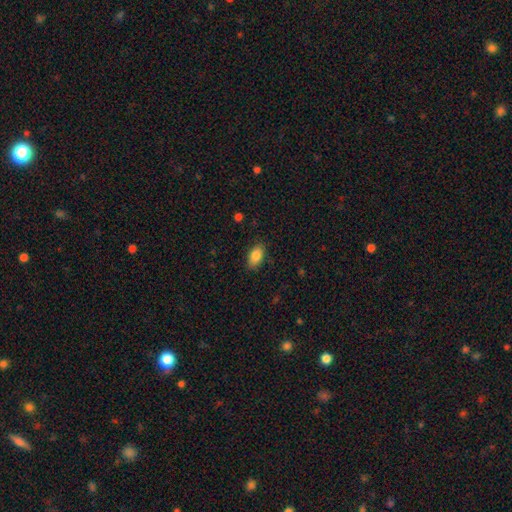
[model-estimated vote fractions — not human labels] This appears to be a smooth galaxy with no disk features (84%) that is in between round and cigar-shaped (91%). Merging: none (86%).